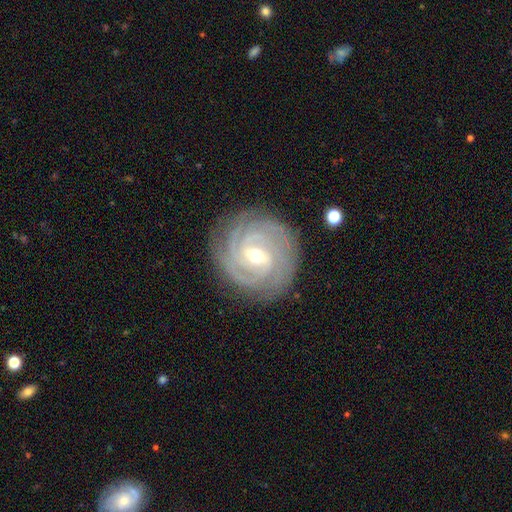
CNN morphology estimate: Overall: featured or disk (91%). Edge-on disk: no (97%). Bar: weak (55%; strong 27%). Spiral arms: yes (98%). Spiral arm count: 3 (32%; 4 27%). Spiral winding: tight (80%). Bulge size: moderate (58%; small 38%). Merging: none (84%).